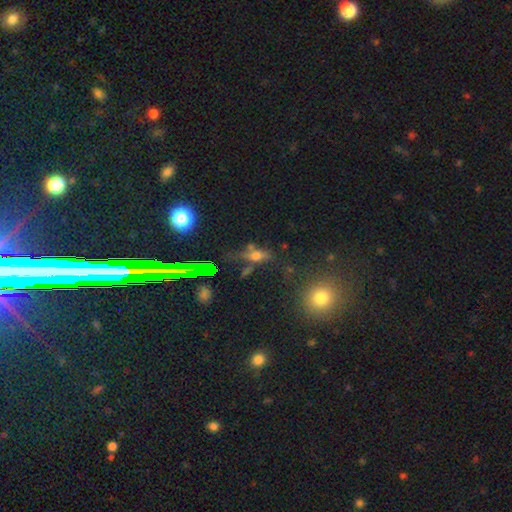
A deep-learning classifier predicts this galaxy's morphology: Q: Smooth or featured?
A: smooth (42%); runner-up: star or artifact (34%)
Q: Merging?
A: none (50%); runner-up: minor disturbance (19%)